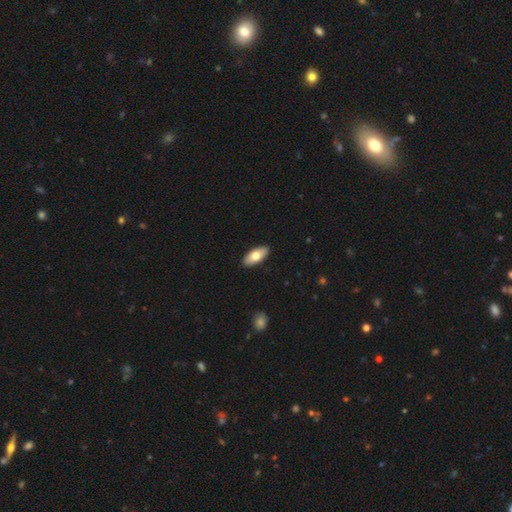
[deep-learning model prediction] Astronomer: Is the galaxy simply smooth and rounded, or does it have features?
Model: smooth — 73%.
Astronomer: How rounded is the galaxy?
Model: in between — 89%.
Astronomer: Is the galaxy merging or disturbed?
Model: none — 90%.